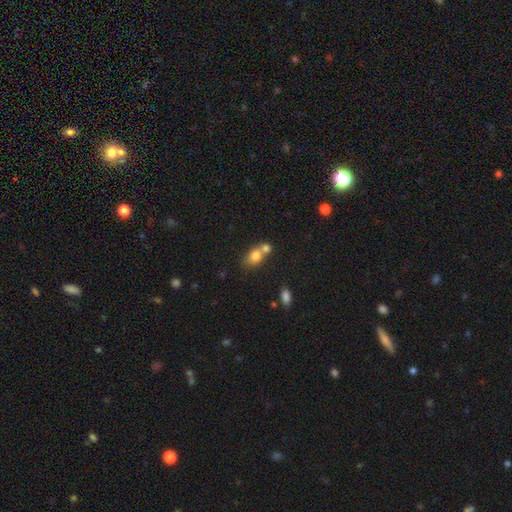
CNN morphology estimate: A smooth galaxy with no disk features (78%) that is in between round and cigar-shaped (53%).

Vote fractions:
- Smooth or featured? smooth: 78% / featured or disk: 13% / star or artifact: 10%
- How rounded? in between: 53% / round: 45% / cigar-shaped: 2%
- Merging? merger: 54% / none: 34% / minor disturbance: 9% / major disturbance: 4%